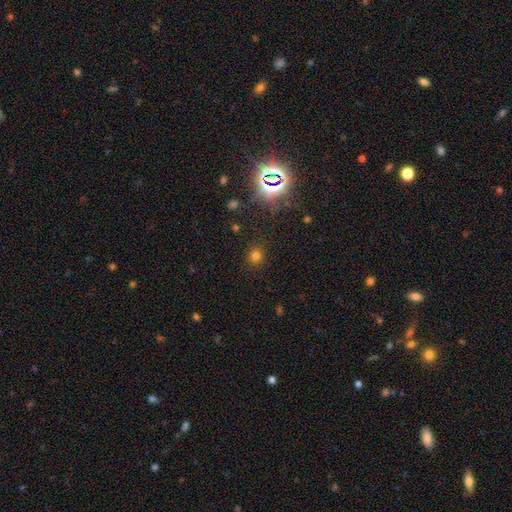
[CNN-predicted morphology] Smooth or featured: smooth — 73% (star or artifact — 21%)
How rounded: round — 83% (in between — 16%)
Merging: none — 88% (minor disturbance — 7%)